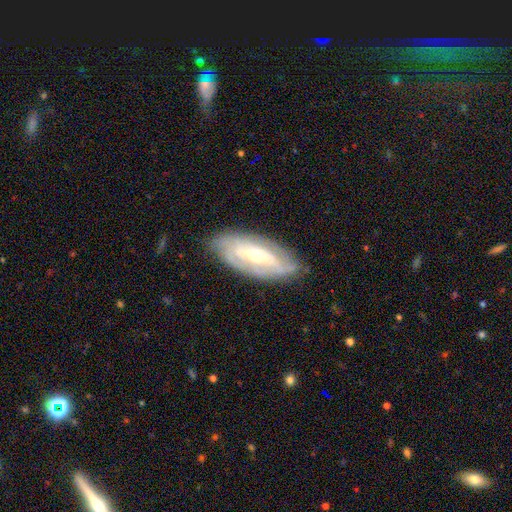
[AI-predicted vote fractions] smooth_or_featured: featured or disk (p=0.77) [alt: smooth p=0.17]
disk_edge_on: no (p=0.89) [alt: yes p=0.11]
bar: weak (p=0.36) [alt: strong p=0.33]
has_spiral_arms: yes (p=0.84) [alt: no p=0.16]
spiral_winding: tight (p=0.54) [alt: medium p=0.32]
spiral_arm_count: 2 (p=0.43) [alt: can't tell p=0.36]
bulge_size: small (p=0.49) [alt: moderate p=0.47]
merging: none (p=0.78) [alt: minor disturbance p=0.17]